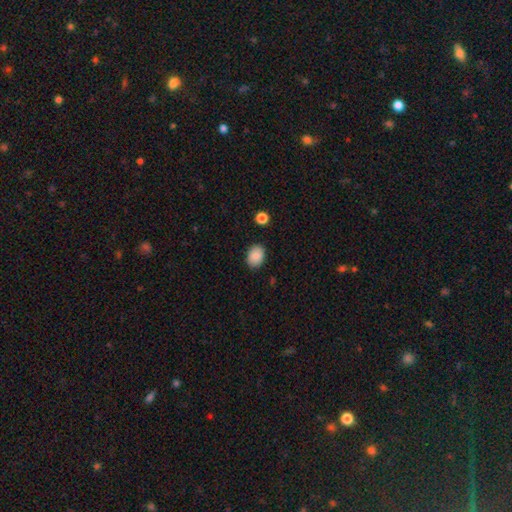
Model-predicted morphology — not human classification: Overall: smooth (87%). How rounded: in between (66%; round 34%). Merging: none (86%).